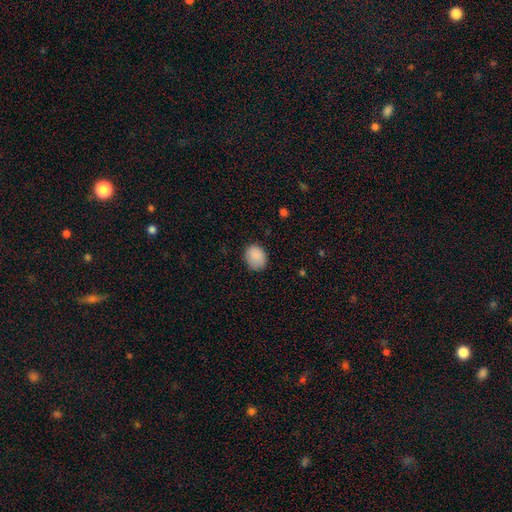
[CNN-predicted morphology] Smooth or featured? Predicted: smooth (p=0.89). How rounded? Predicted: round (p=0.51). Merging? Predicted: none (p=0.81).